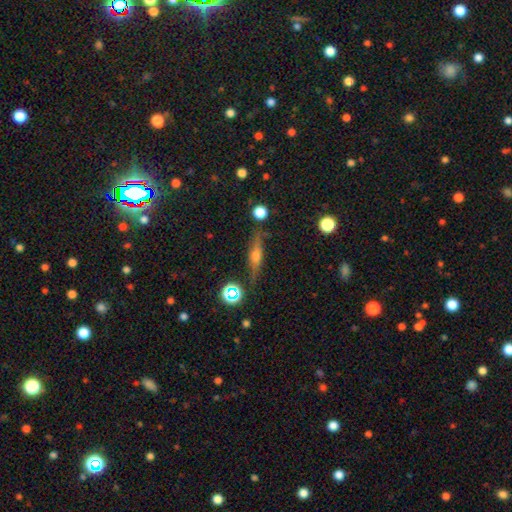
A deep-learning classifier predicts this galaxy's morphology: type=featured or disk (55%); edge-on=yes (91%); merging=none (79%).